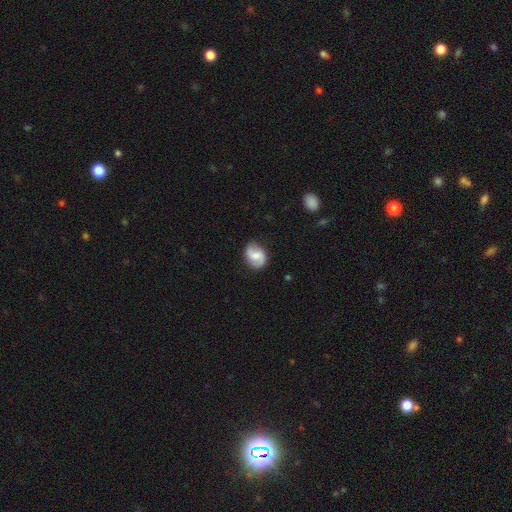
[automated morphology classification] Q: Smooth or featured?
A: featured or disk (55%); runner-up: smooth (38%)
Q: Edge-on disk?
A: no (97%); runner-up: yes (3%)
Q: Bar?
A: weak (45%); runner-up: no (44%)
Q: Spiral arms?
A: yes (90%); runner-up: no (10%)
Q: Bulge size?
A: moderate (51%); runner-up: small (35%)
Q: Merging?
A: none (79%); runner-up: minor disturbance (16%)